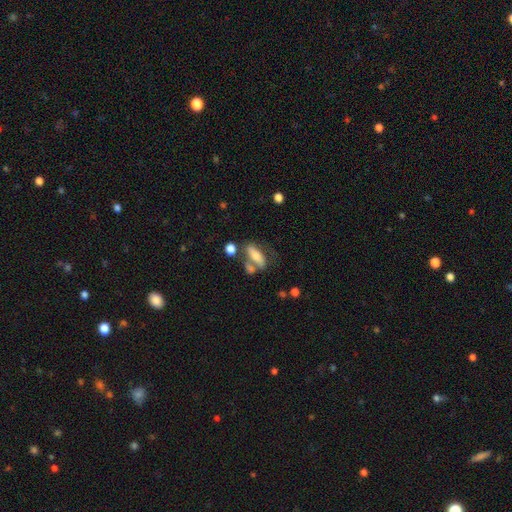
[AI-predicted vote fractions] Morphology: type=smooth (58%); roundness=in between (64%); merging=none (44%).